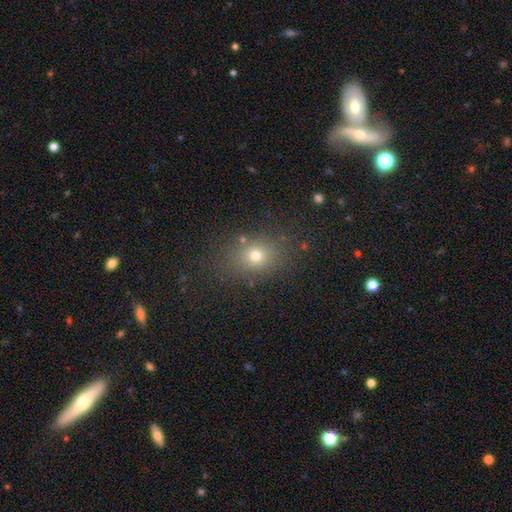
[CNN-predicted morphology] A smooth galaxy with no disk features (70%) that is round (51%).

Vote fractions:
- Smooth or featured? smooth: 70% / star or artifact: 19% / featured or disk: 11%
- How rounded? round: 51% / in between: 48% / cigar-shaped: 1%
- Merging? none: 81% / minor disturbance: 12% / major disturbance: 5% / merger: 3%